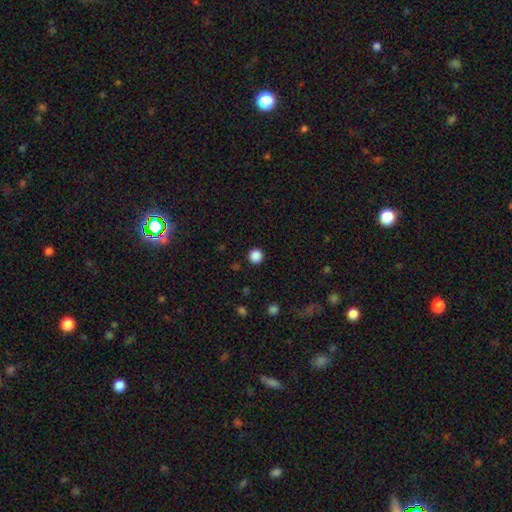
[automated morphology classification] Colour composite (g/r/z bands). It shows a smooth galaxy with no disk features (87%) that is round (96%). Merging: none (92%).